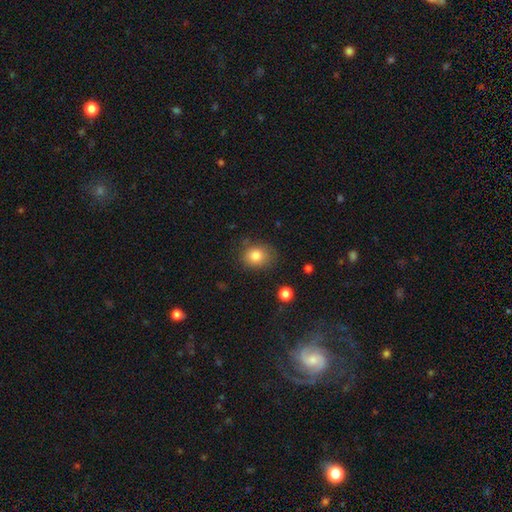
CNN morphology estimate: Smooth or featured? Predicted: smooth (p=0.82). How rounded? Predicted: round (p=0.59). Merging? Predicted: none (p=0.74).